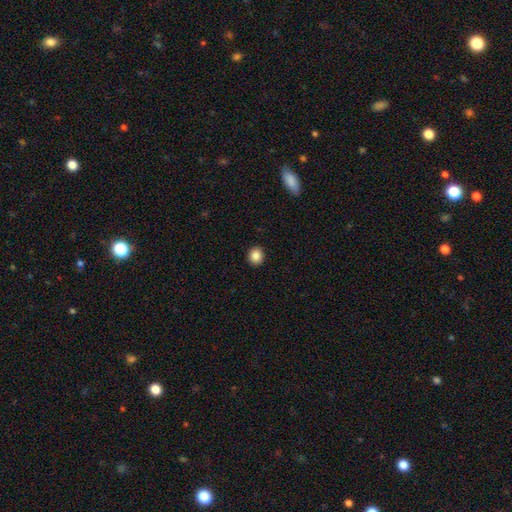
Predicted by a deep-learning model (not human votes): A smooth galaxy with no disk features (86%) that is round (82%).

Vote fractions:
- Smooth or featured? smooth: 86% / star or artifact: 9% / featured or disk: 4%
- How rounded? round: 82% / in between: 17% / cigar-shaped: 1%
- Merging? none: 92% / minor disturbance: 5% / major disturbance: 2% / merger: 1%